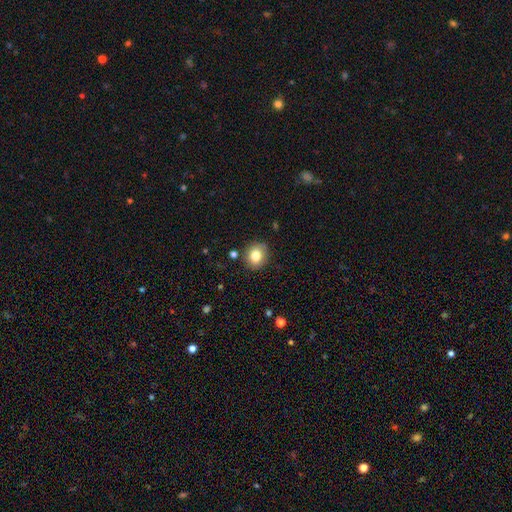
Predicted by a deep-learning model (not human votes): smooth-or-featured: smooth: 80% | featured or disk: 10% | star or artifact: 10%
  how-rounded: round: 70% | in between: 29% | cigar-shaped: 1%
  merging: none: 85% | minor disturbance: 11% | major disturbance: 2% | merger: 2%